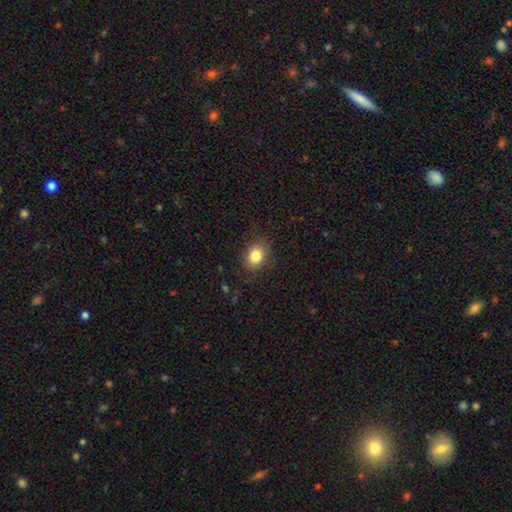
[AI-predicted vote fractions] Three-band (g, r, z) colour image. It shows a smooth galaxy with no disk features (84%) that is in between round and cigar-shaped (59%). Merging: none (84%).